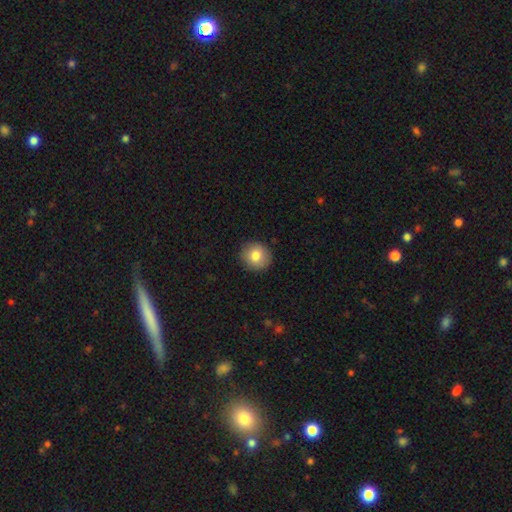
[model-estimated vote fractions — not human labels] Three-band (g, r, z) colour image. It shows a smooth galaxy with no disk features (81%) that is round (91%). Merging: none (91%).